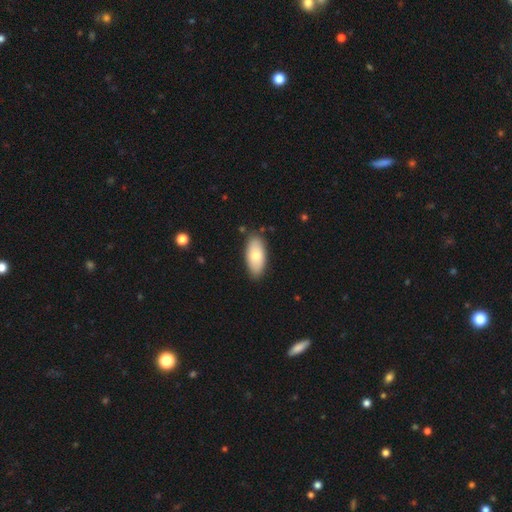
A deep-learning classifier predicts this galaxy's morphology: Smooth or featured? Predicted: smooth (p=0.74). How rounded? Predicted: in between (p=0.91). Merging? Predicted: none (p=0.85).